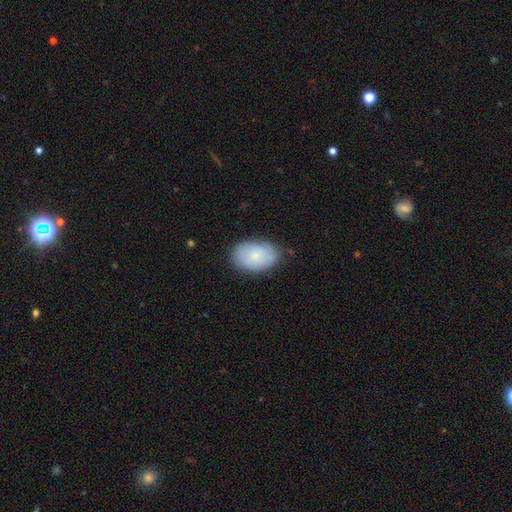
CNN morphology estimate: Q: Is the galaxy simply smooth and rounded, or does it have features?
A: smooth — 78%.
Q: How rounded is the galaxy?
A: in between — 89%.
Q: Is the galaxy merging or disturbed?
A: none — 80%.